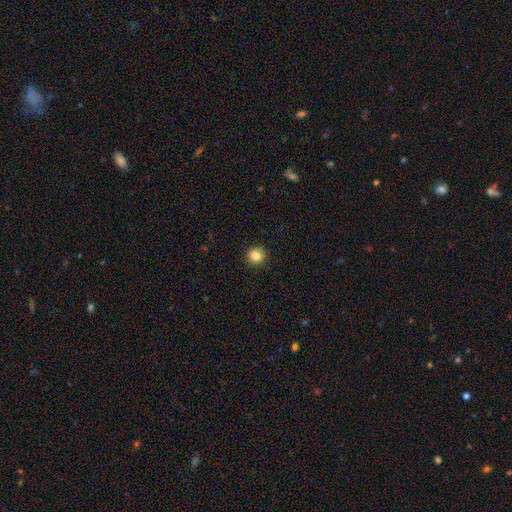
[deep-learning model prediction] Morphology: type=smooth (85%); roundness=round (92%); merging=none (93%).